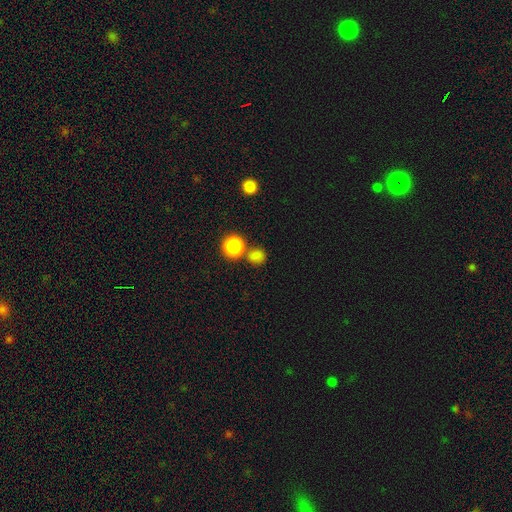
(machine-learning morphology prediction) Smooth or featured? Predicted: smooth (p=0.78). How rounded? Predicted: round (p=0.82). Merging? Predicted: none (p=0.63).